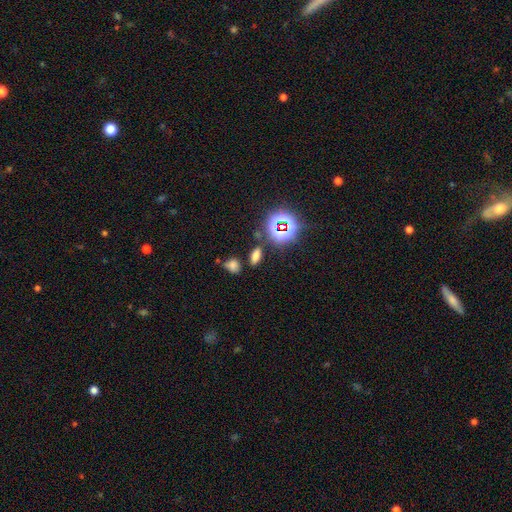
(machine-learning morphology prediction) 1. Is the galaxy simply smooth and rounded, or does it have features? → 66% smooth, 27% star or artifact, 8% featured or disk.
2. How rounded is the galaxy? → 77% in between, 12% cigar-shaped, 11% round.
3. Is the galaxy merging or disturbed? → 78% none, 11% minor disturbance, 8% merger, 4% major disturbance.